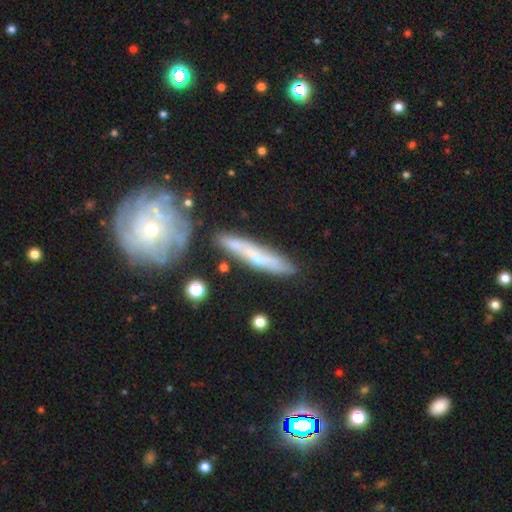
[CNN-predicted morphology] A featured or disk galaxy (57%) viewed edge-on (67%).

Vote fractions:
- Smooth or featured? featured or disk: 57% / smooth: 36% / star or artifact: 7%
- Edge-on disk? yes: 67% / no: 33%
- Merging? none: 74% / minor disturbance: 14% / merger: 8% / major disturbance: 4%